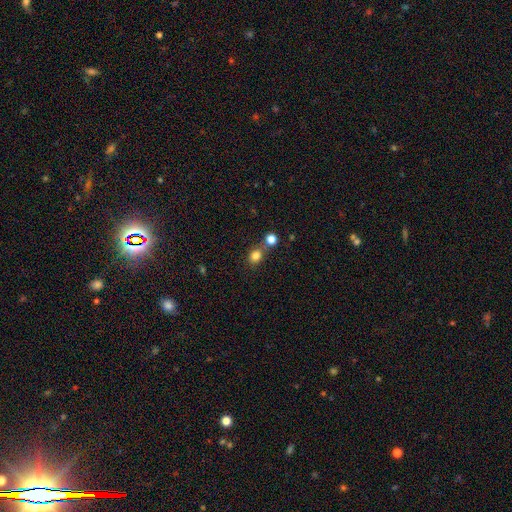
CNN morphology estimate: type=smooth (81%); roundness=round (66%); merging=none (63%).